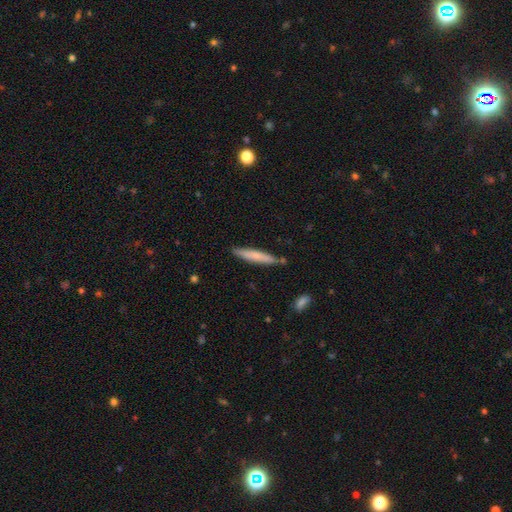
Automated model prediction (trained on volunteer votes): A smooth galaxy with no disk features (69%) that is cigar-shaped (93%). Merging: none (83%).